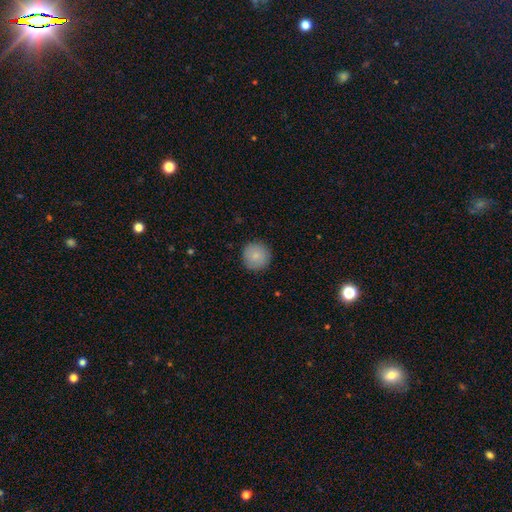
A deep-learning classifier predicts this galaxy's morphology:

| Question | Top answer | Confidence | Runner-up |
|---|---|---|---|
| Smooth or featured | smooth | 87% | star or artifact (7%) |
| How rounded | round | 95% | in between (4%) |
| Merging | none | 90% | minor disturbance (7%) |